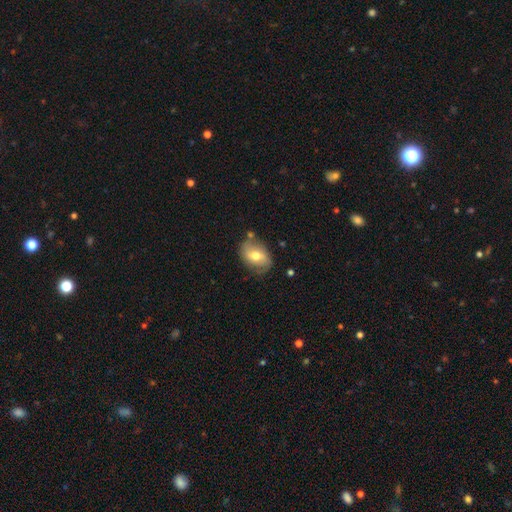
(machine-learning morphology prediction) smooth-or-featured: smooth: 59% | featured or disk: 34% | star or artifact: 8%
  how-rounded: in between: 78% | round: 20% | cigar-shaped: 1%
  merging: none: 69% | minor disturbance: 21% | major disturbance: 5% | merger: 4%